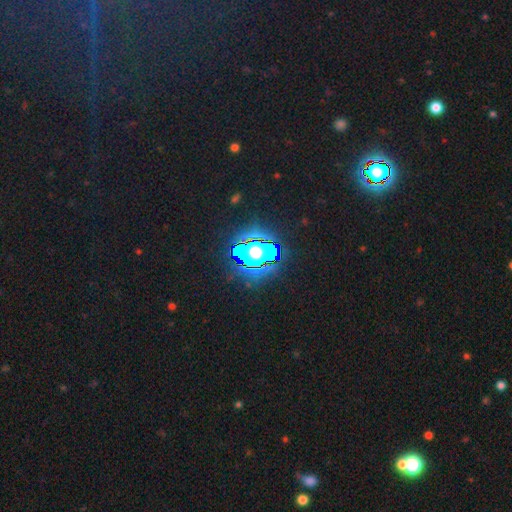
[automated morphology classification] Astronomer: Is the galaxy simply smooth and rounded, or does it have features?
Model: star or artifact — 58%.